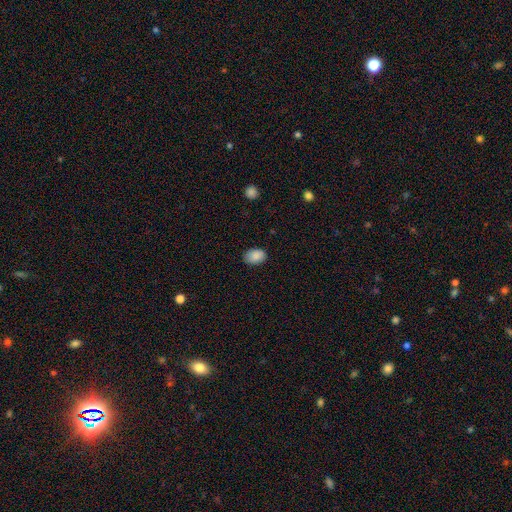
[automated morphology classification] Overall: smooth (88%). How rounded: in between (83%). Merging: none (83%).